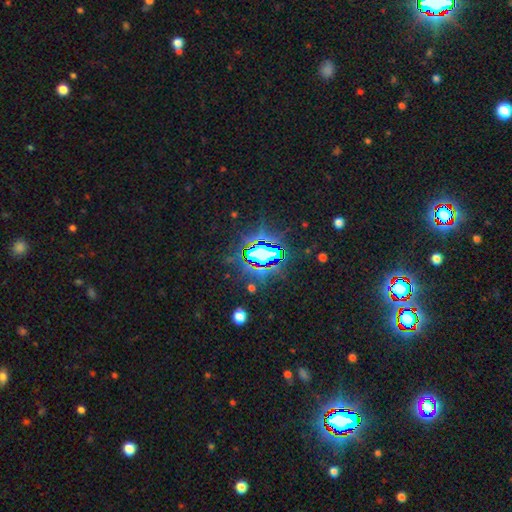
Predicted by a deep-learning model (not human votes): Morphology: type=star or artifact (82%).